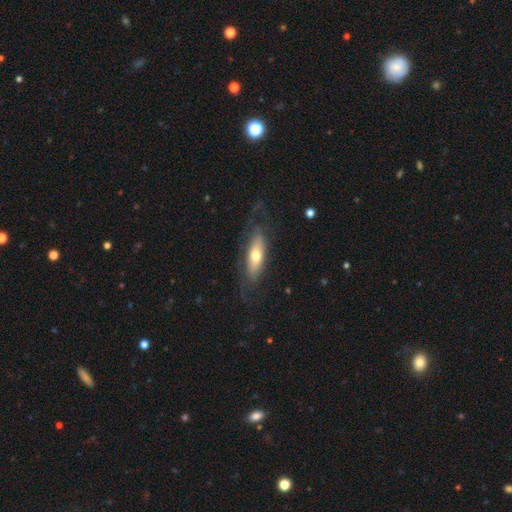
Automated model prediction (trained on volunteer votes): This is possibly a smooth galaxy (49%). Merging: likely none (66%).